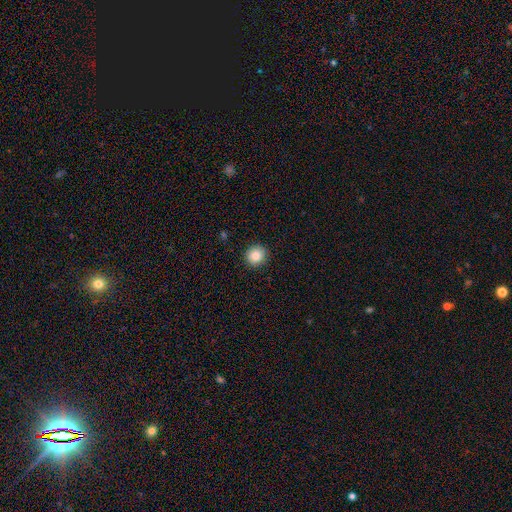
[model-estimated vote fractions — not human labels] This is clearly a smooth galaxy (86%). How rounded: clearly round (91%). Merging: clearly none (91%).